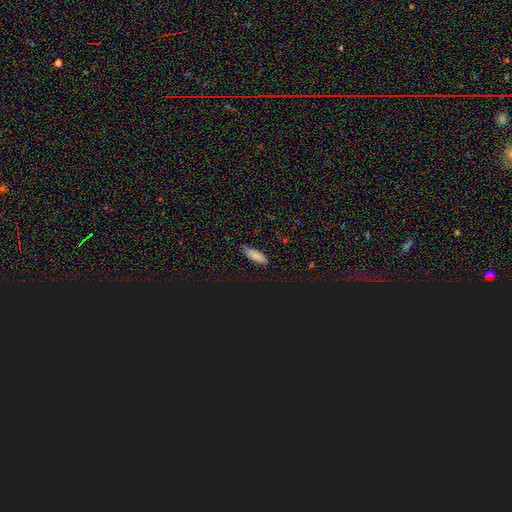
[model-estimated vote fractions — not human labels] This is likely a smooth galaxy (79%). How rounded: possibly in between (58%). Merging: clearly none (85%).